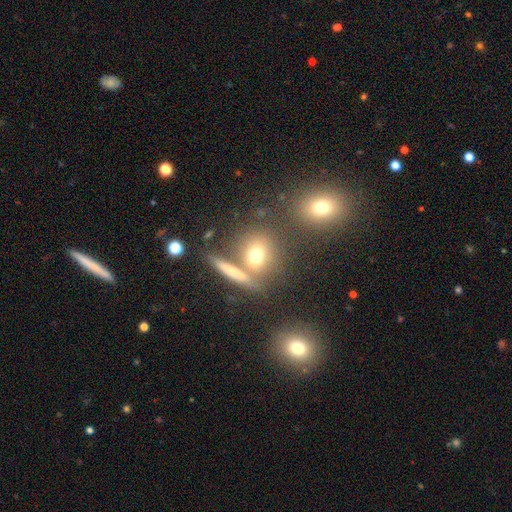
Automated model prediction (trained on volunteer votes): smooth-or-featured: smooth: 68% | featured or disk: 17% | star or artifact: 15%
  how-rounded: round: 66% | in between: 27% | cigar-shaped: 6%
  merging: none: 63% | merger: 21% | minor disturbance: 10% | major disturbance: 5%